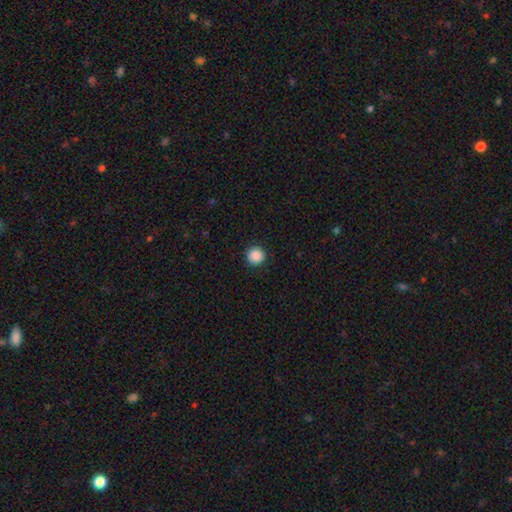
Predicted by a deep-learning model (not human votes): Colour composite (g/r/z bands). It shows a smooth galaxy with no disk features (89%) that is round (96%). Merging: none (92%).